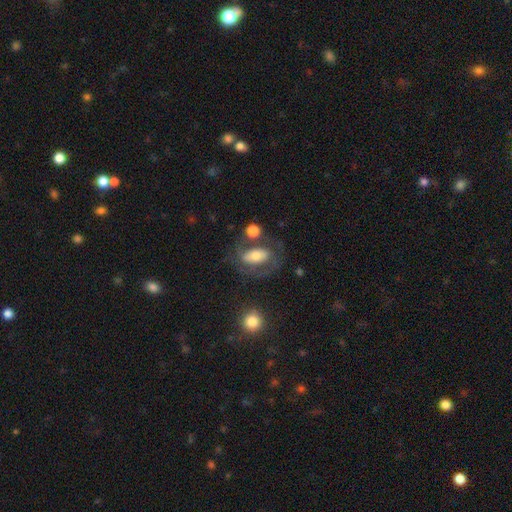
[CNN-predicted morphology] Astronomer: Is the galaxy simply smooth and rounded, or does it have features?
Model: featured or disk — 48% (runner-up: smooth, 43%).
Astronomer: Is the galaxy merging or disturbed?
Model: none — 50%.